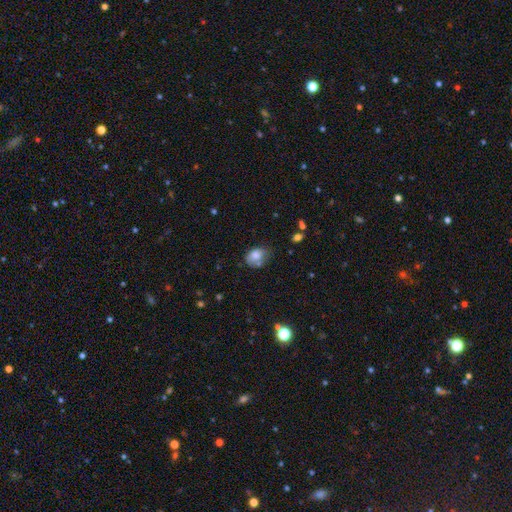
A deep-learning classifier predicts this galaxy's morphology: type=smooth (76%); roundness=in between (66%); merging=none (46%).